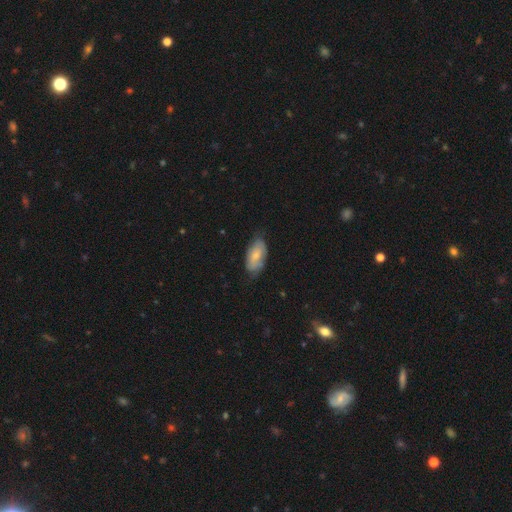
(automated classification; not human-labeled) smooth_or_featured: smooth (p=0.64) [alt: featured or disk p=0.31]
how_rounded: in between (p=0.93) [alt: cigar-shaped p=0.04]
merging: none (p=0.63) [alt: minor disturbance p=0.30]